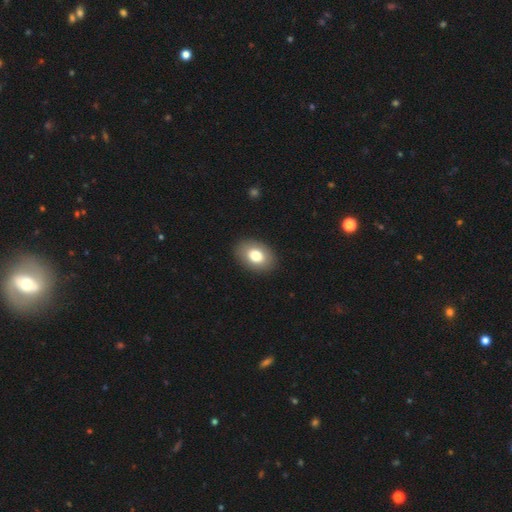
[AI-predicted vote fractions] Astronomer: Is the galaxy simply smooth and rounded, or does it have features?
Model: smooth — 78%.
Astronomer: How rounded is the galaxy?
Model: in between — 81%.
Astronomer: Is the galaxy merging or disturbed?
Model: none — 90%.